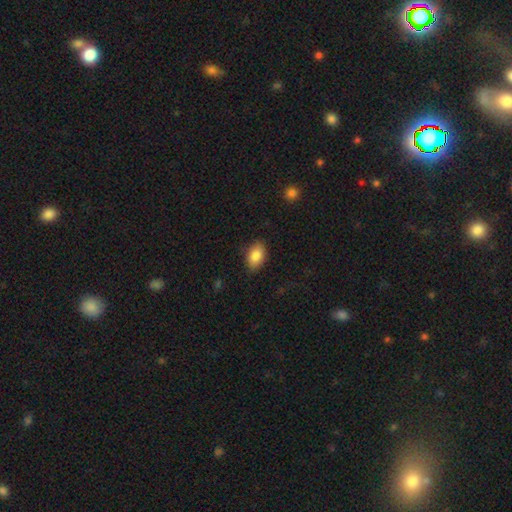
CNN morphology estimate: Q: Smooth or featured?
A: smooth (86%); runner-up: star or artifact (7%)
Q: How rounded?
A: in between (90%); runner-up: round (9%)
Q: Merging?
A: none (85%); runner-up: minor disturbance (11%)